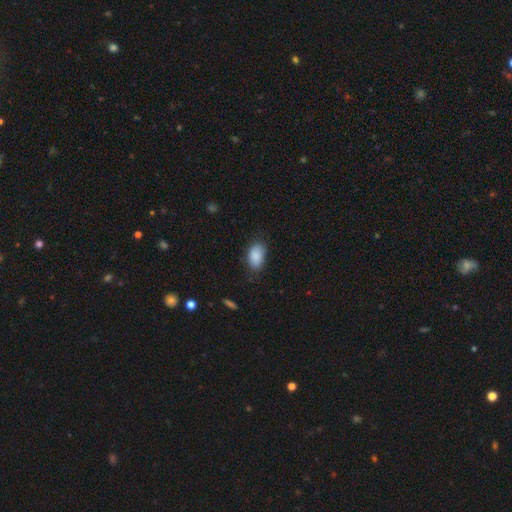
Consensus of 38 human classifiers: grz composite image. It shows a smooth galaxy with no disk features (82%) that is in between round and cigar-shaped (90%). Merging: none (71%).